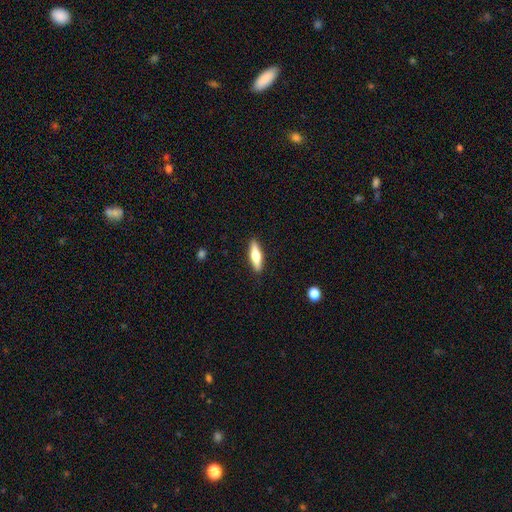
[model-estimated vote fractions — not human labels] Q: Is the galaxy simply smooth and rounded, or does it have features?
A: smooth — 56%.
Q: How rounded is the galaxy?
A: cigar-shaped — 62%.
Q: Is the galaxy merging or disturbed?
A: none — 90%.